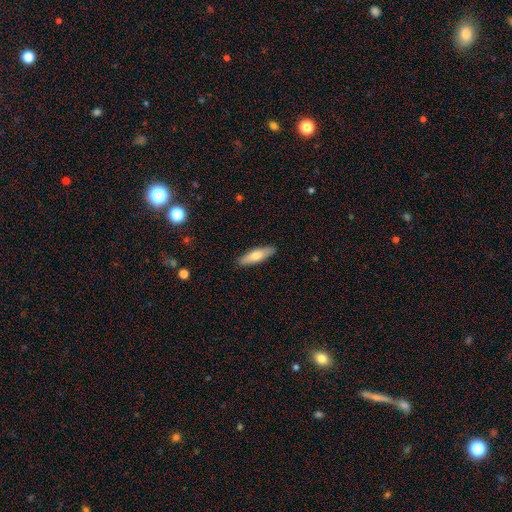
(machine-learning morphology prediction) A smooth galaxy with no disk features (67%) that is cigar-shaped (59%). Merging: none (89%).